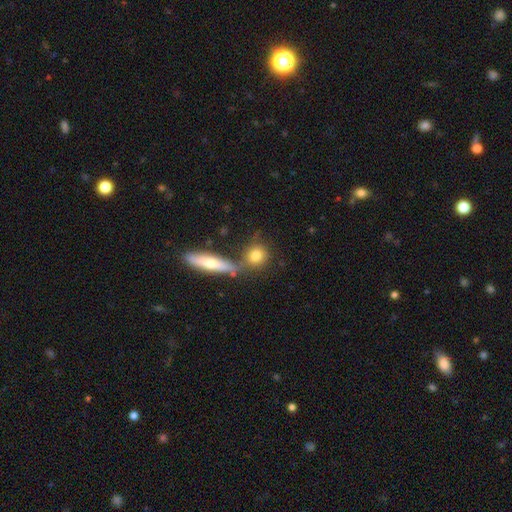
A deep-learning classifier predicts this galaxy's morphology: Smooth or featured? Predicted: smooth (p=0.76). How rounded? Predicted: round (p=0.74). Merging? Predicted: none (p=0.61).